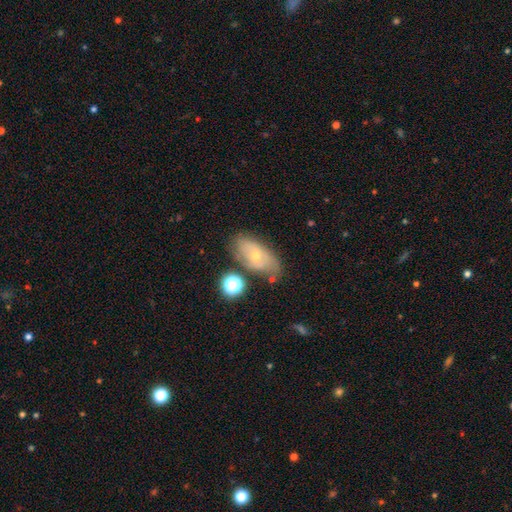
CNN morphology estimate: Q: Smooth or featured?
A: smooth (46%); runner-up: featured or disk (44%)
Q: Merging?
A: none (62%); runner-up: minor disturbance (23%)